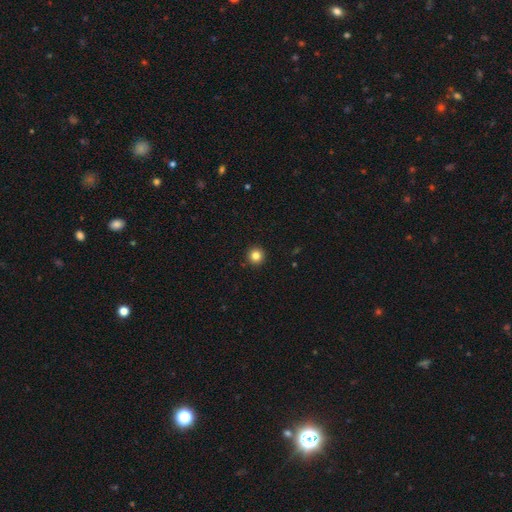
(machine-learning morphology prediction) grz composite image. It shows a smooth galaxy with no disk features (84%) that is round (96%). Merging: none (94%).